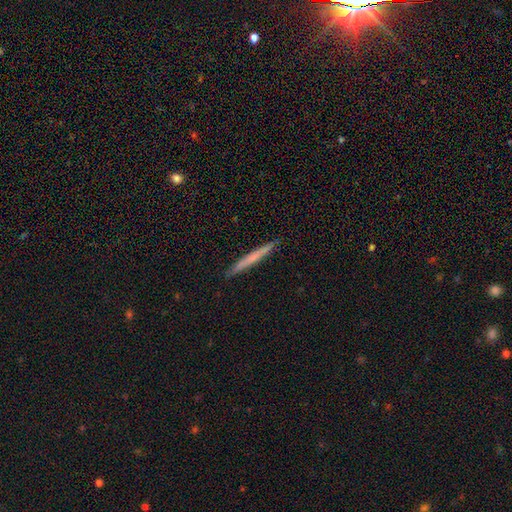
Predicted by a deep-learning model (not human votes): smooth 55%, featured or disk 39%, star or artifact 7%. Down the decision tree: how rounded — cigar-shaped (97%); merging — none (93%).